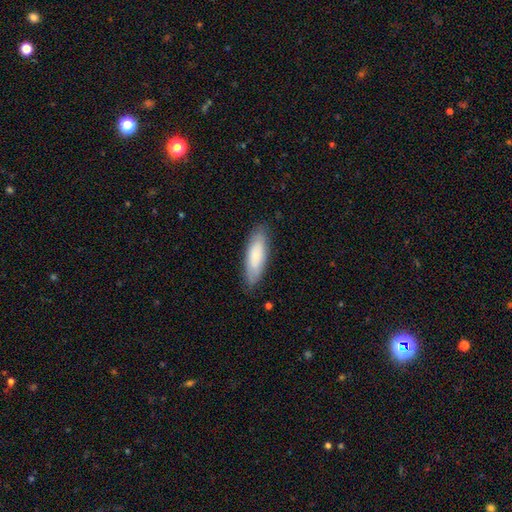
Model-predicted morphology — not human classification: smooth-or-featured: smooth: 75% | featured or disk: 19% | star or artifact: 6%
  how-rounded: in between: 53% | cigar-shaped: 46% | round: 2%
  merging: none: 83% | minor disturbance: 13% | major disturbance: 2% | merger: 1%